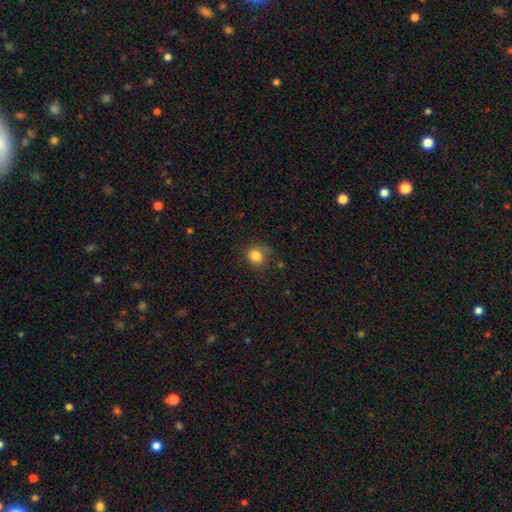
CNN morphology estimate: Q: Smooth or featured?
A: smooth (82%); runner-up: star or artifact (12%)
Q: How rounded?
A: round (78%); runner-up: in between (21%)
Q: Merging?
A: none (70%); runner-up: minor disturbance (21%)